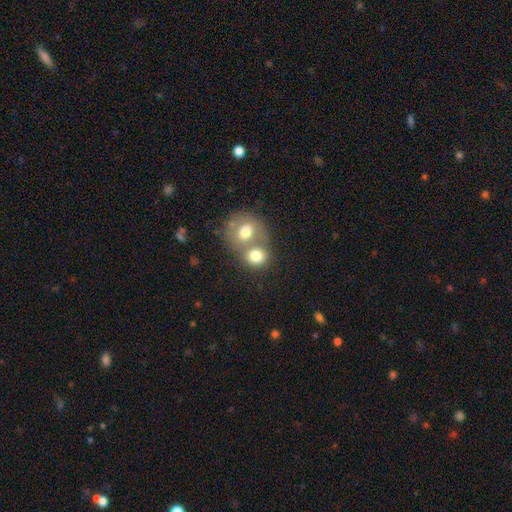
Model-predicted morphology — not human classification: The model was most divided on "merging": merger: 57%, none: 32%, minor disturbance: 8%, major disturbance: 4%. More confident: smooth or featured — smooth (75%); how rounded — round (73%).